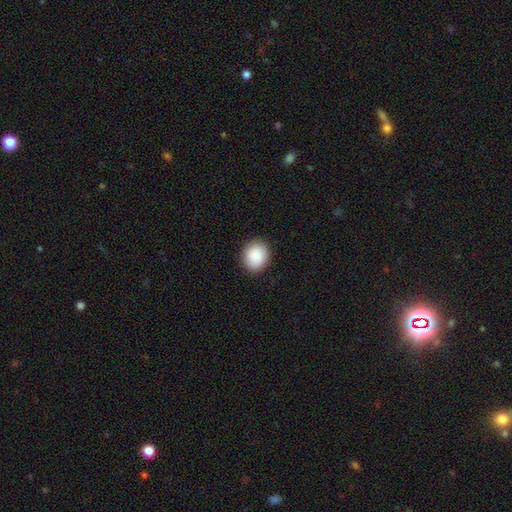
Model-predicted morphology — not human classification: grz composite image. It shows a smooth galaxy with no disk features (89%) that is round (70%). Merging: none (89%).